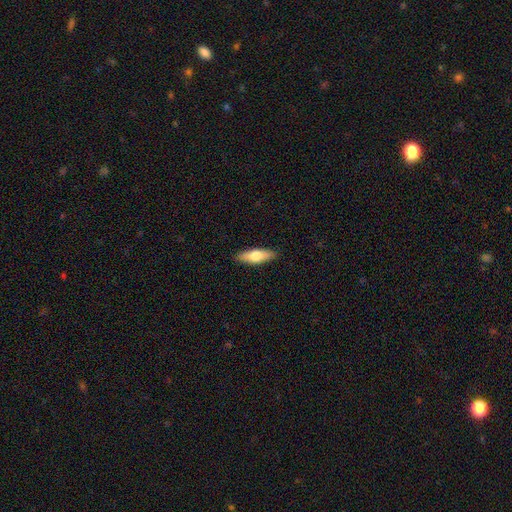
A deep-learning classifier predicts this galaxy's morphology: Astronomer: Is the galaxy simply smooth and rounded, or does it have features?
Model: smooth — 65%.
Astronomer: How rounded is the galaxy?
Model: in between — 54% (runner-up: cigar-shaped, 43%).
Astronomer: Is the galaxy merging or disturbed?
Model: none — 89%.